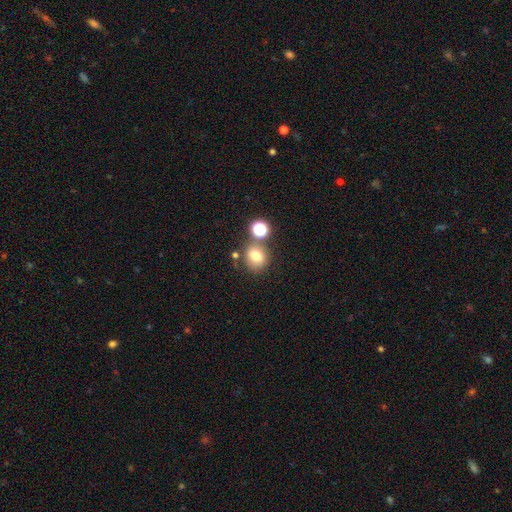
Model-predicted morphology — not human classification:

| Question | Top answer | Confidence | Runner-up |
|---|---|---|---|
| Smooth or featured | smooth | 73% | star or artifact (15%) |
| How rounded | round | 69% | in between (30%) |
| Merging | none | 67% | merger (17%) |